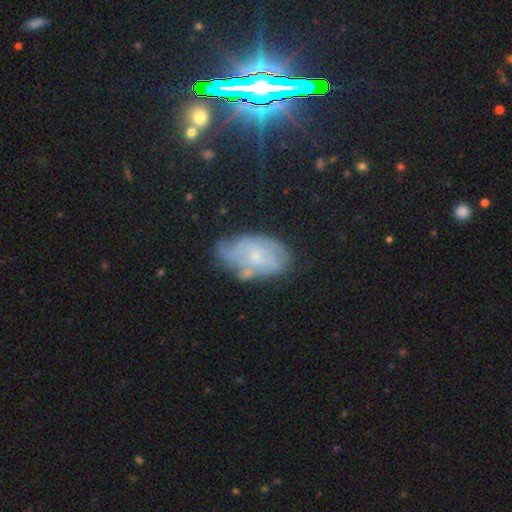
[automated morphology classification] featured or disk 56%, smooth 32%, star or artifact 11%. Down the decision tree: edge-on disk — no (95%); bar — no (64%); spiral arms — yes (69%); bulge size — small (66%); merging — none (48%).